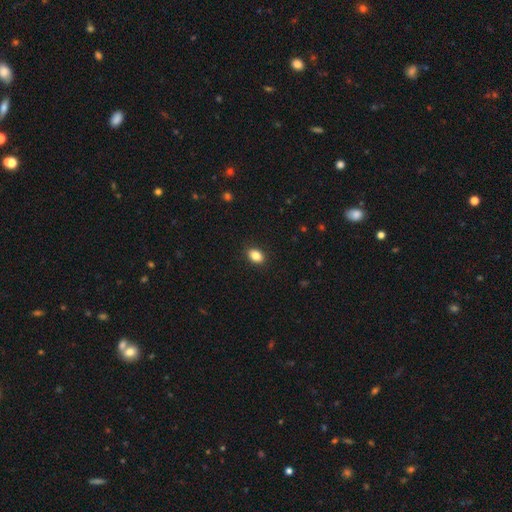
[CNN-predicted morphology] smooth 86%, star or artifact 9%, featured or disk 5%. Down the decision tree: how rounded — in between (80%); merging — none (90%).